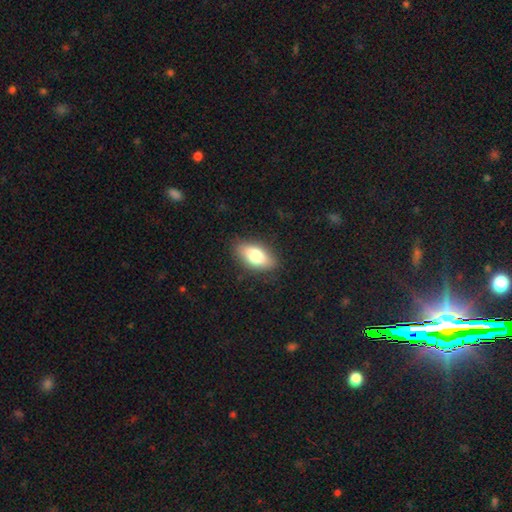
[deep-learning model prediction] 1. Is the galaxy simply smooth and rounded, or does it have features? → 77% smooth, 16% featured or disk, 7% star or artifact.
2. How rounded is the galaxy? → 86% in between, 10% cigar-shaped, 4% round.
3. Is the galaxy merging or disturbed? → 85% none, 11% minor disturbance, 3% major disturbance, 1% merger.